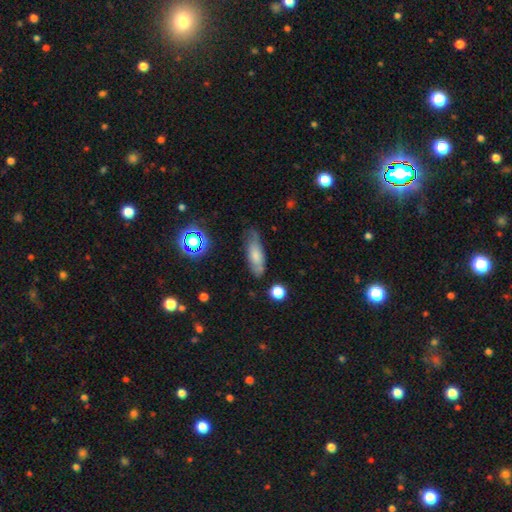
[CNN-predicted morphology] Smooth or featured? Predicted: smooth (p=0.66). How rounded? Predicted: in between (p=0.67). Merging? Predicted: none (p=0.65).